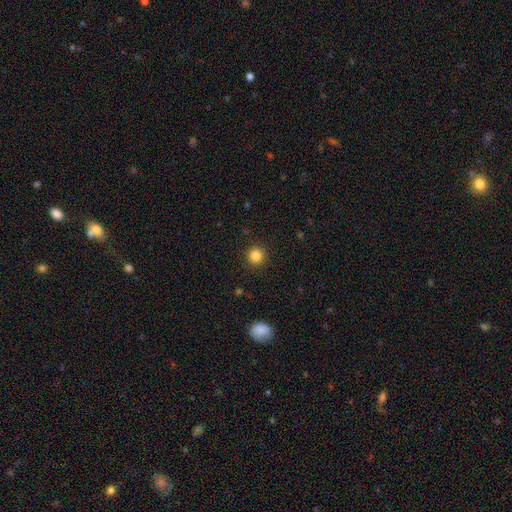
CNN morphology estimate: A smooth galaxy with no disk features (85%) that is round (94%).

Vote fractions:
- Smooth or featured? smooth: 85% / star or artifact: 11% / featured or disk: 4%
- How rounded? round: 94% / in between: 5% / cigar-shaped: 1%
- Merging? none: 92% / minor disturbance: 5% / major disturbance: 2% / merger: 1%